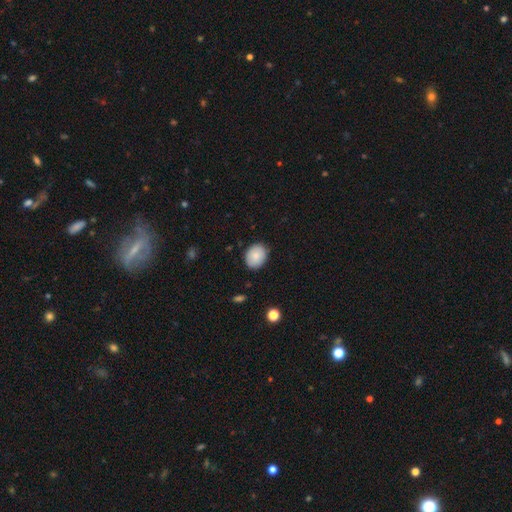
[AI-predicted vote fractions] Smooth or featured? smooth (85%)
How rounded? in between (52%)
Merging? none (86%)